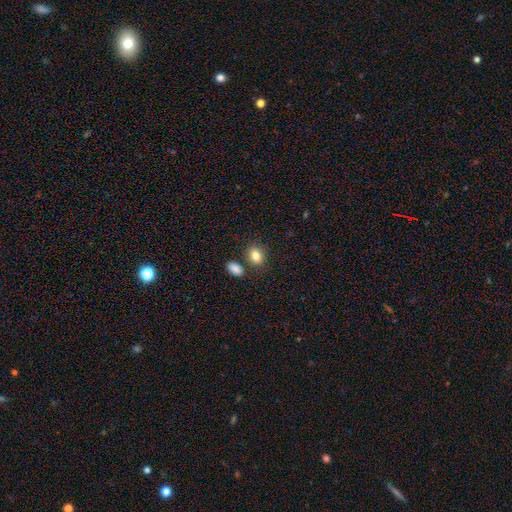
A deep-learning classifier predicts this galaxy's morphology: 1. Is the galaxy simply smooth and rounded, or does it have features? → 84% smooth, 9% star or artifact, 7% featured or disk.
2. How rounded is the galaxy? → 66% in between, 33% round, 1% cigar-shaped.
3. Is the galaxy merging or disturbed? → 74% none, 13% merger, 11% minor disturbance, 3% major disturbance.